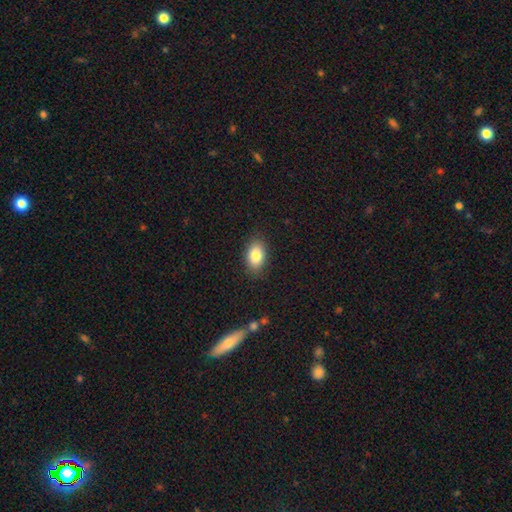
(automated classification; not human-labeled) Q: Smooth or featured?
A: smooth (84%); runner-up: featured or disk (8%)
Q: How rounded?
A: in between (89%); runner-up: round (9%)
Q: Merging?
A: none (86%); runner-up: minor disturbance (10%)